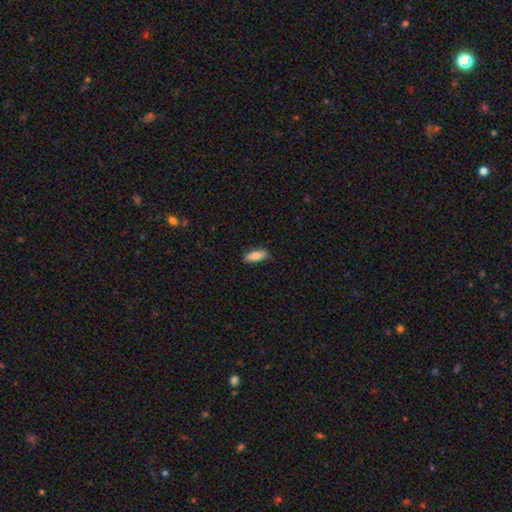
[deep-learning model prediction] smooth 79%, featured or disk 15%, star or artifact 6%. Down the decision tree: how rounded — in between (72%); merging — none (85%).